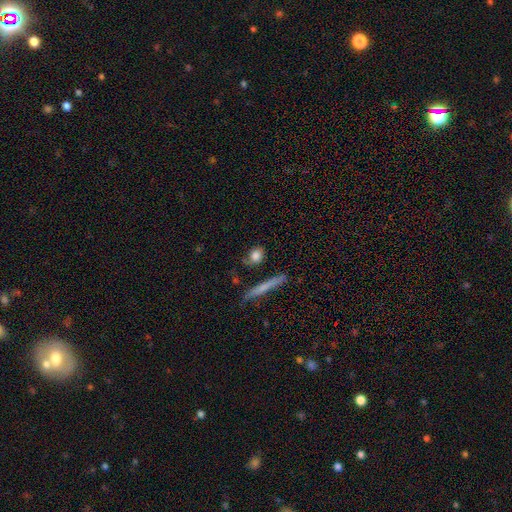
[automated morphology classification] smooth-or-featured: smooth: 74% | featured or disk: 18% | star or artifact: 8%
  how-rounded: round: 43% | in between: 40% | cigar-shaped: 17%
  merging: none: 63% | minor disturbance: 22% | major disturbance: 9% | merger: 6%